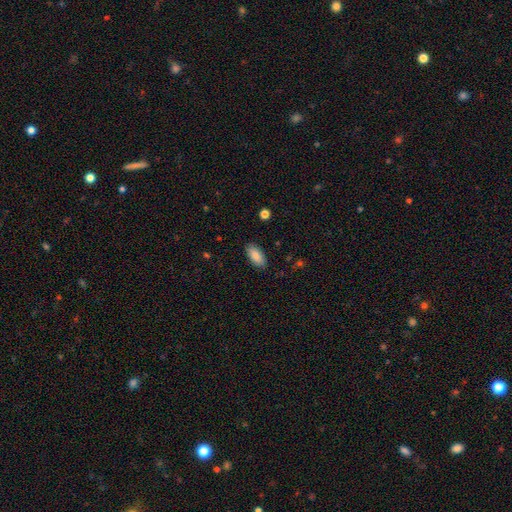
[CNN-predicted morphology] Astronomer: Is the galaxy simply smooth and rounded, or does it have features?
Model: smooth — 88%.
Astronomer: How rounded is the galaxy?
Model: in between — 90%.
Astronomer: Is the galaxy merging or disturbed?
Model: none — 87%.